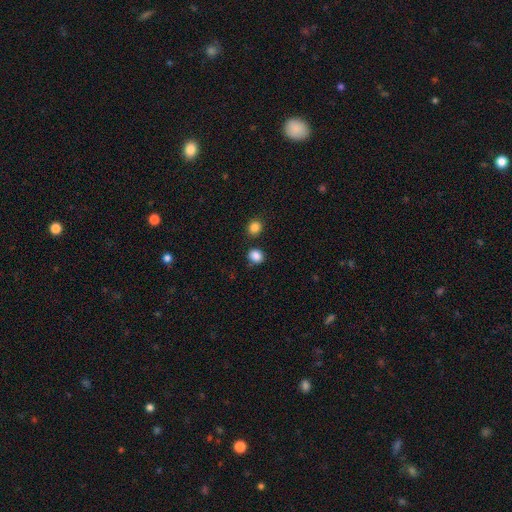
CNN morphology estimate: Smooth or featured: smooth — 86% (star or artifact — 11%)
How rounded: round — 67% (in between — 32%)
Merging: none — 76% (minor disturbance — 13%)